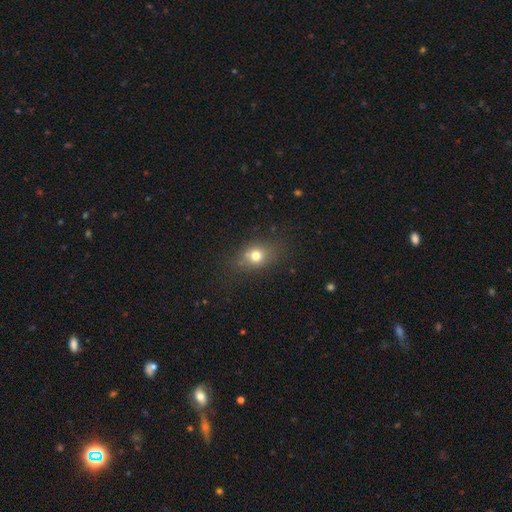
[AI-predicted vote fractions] smooth_or_featured: smooth (p=0.72) [alt: star or artifact p=0.14]
how_rounded: in between (p=0.51) [alt: round p=0.46]
merging: none (p=0.74) [alt: minor disturbance p=0.17]